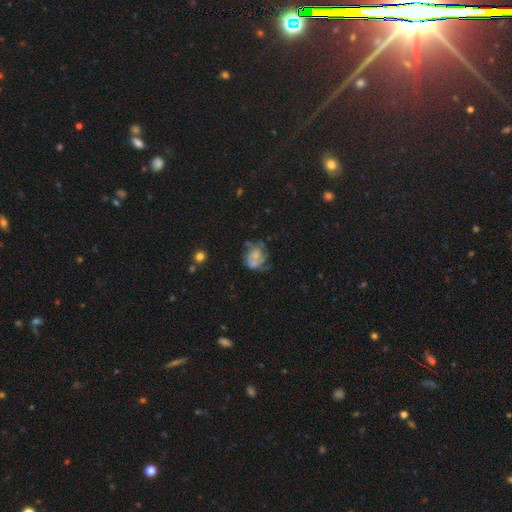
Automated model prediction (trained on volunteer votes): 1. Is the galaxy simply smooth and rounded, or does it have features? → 62% featured or disk, 28% smooth, 10% star or artifact.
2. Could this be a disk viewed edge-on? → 98% no, 2% yes.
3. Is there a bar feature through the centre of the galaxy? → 78% no, 18% weak, 3% strong.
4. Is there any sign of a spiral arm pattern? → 66% yes, 34% no.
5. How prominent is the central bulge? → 44% small, 27% moderate, 23% none, 5% large, 2% dominant.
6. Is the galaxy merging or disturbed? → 42% none, 24% major disturbance, 24% minor disturbance, 9% merger.